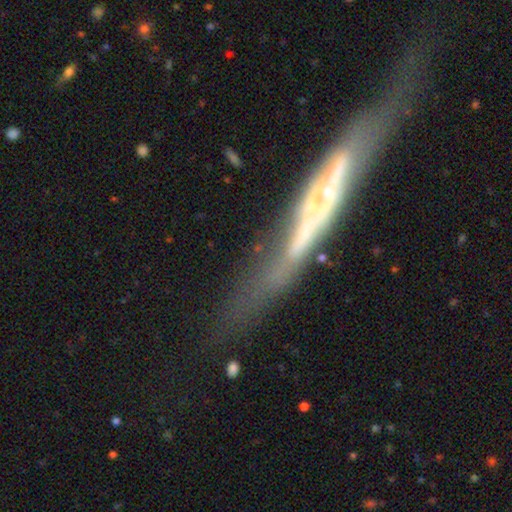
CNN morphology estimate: Q: Smooth or featured?
A: featured or disk (73%); runner-up: smooth (17%)
Q: Edge-on disk?
A: yes (85%); runner-up: no (15%)
Q: Edge-on bulge?
A: none (43%); runner-up: boxy (31%)
Q: Merging?
A: none (57%); runner-up: minor disturbance (22%)